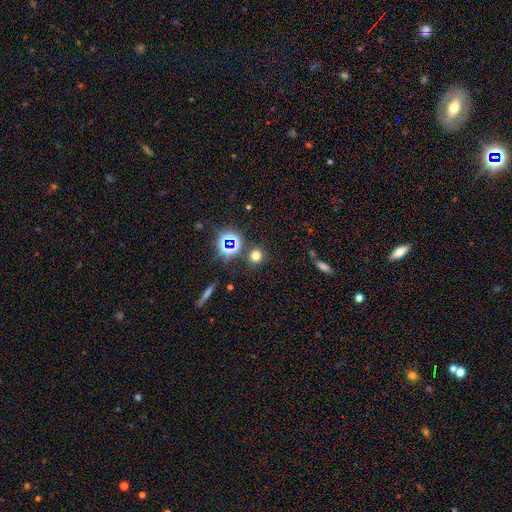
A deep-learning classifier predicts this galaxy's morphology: Smooth or featured?
  - smooth: 65% *
  - star or artifact: 28%
  - featured or disk: 7%
How rounded?
  - round: 89% *
  - in between: 10%
  - cigar-shaped: 1%
Merging?
  - none: 84% *
  - minor disturbance: 8%
  - merger: 5%
  - major disturbance: 3%